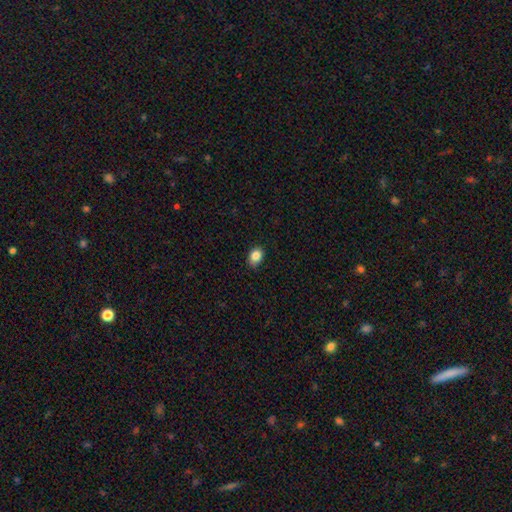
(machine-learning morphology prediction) Q: Smooth or featured?
A: smooth (85%); runner-up: star or artifact (9%)
Q: How rounded?
A: in between (67%); runner-up: round (32%)
Q: Merging?
A: none (82%); runner-up: minor disturbance (15%)